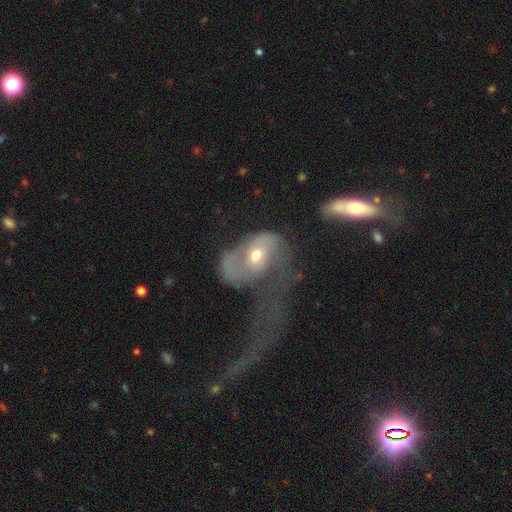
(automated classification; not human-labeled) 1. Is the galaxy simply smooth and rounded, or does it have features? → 57% featured or disk, 35% smooth, 8% star or artifact.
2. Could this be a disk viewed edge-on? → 95% no, 5% yes.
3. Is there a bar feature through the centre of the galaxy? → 69% no, 23% weak, 8% strong.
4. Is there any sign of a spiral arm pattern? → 51% yes, 49% no.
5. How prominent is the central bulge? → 61% moderate, 32% small, 4% large, 1% none, 1% dominant.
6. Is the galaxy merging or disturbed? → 60% major disturbance, 18% merger, 12% none, 10% minor disturbance.